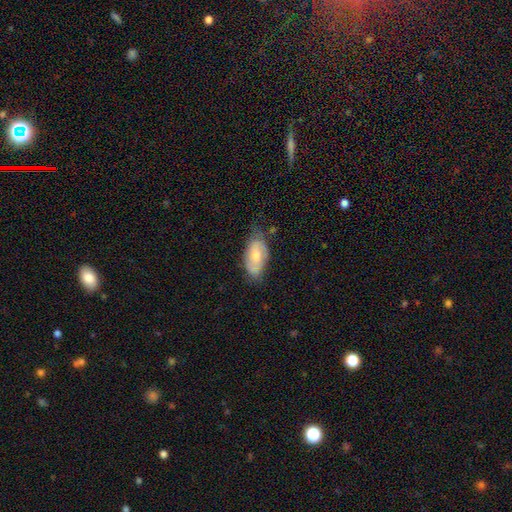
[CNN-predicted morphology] Q: Smooth or featured?
A: smooth (53%); runner-up: featured or disk (40%)
Q: How rounded?
A: in between (92%); runner-up: round (4%)
Q: Merging?
A: none (56%); runner-up: minor disturbance (33%)